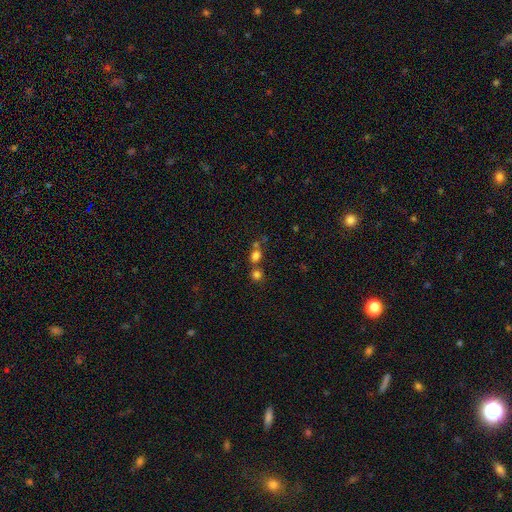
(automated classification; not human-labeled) This appears to be a smooth galaxy with no disk features (74%) that is round (68%). Merging: none (52%).